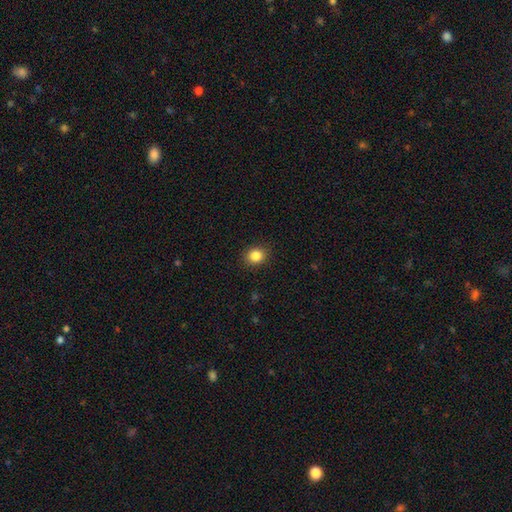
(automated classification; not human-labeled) smooth_or_featured: smooth (p=0.85) [alt: star or artifact p=0.11]
how_rounded: round (p=0.74) [alt: in between p=0.25]
merging: none (p=0.90) [alt: minor disturbance p=0.07]